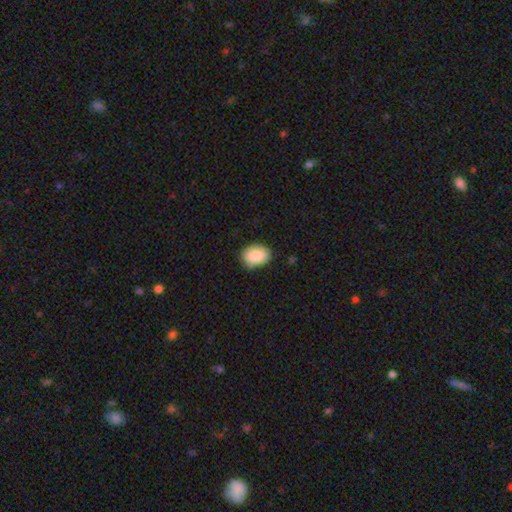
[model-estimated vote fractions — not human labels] This appears to be a smooth galaxy with no disk features (89%) that is in between round and cigar-shaped (75%). Merging: none (80%).